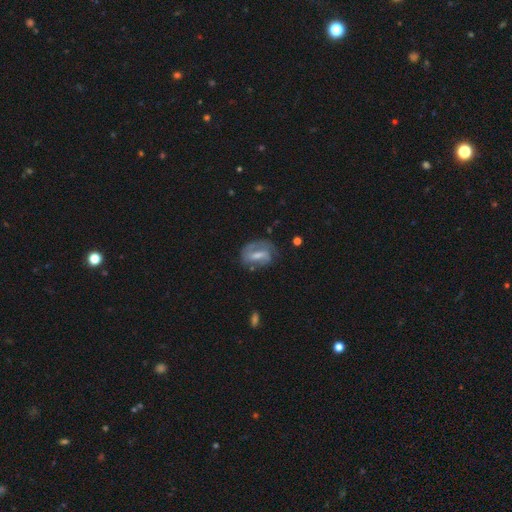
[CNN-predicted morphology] featured or disk 72%, smooth 20%, star or artifact 9%. Down the decision tree: edge-on disk — no (94%); bar — weak (43%); spiral arms — yes (85%); spiral arm count — 2 (67%); spiral winding — medium (44%); bulge size — moderate (40%); merging — none (67%).